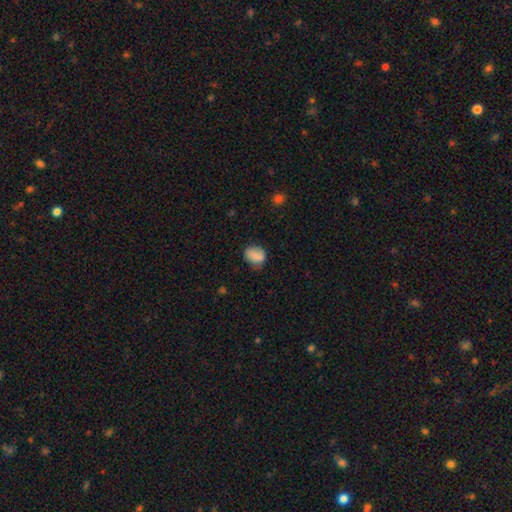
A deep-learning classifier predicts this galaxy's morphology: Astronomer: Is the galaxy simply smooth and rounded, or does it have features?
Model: smooth — 77%.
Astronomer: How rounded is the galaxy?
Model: in between — 57% (runner-up: round, 41%).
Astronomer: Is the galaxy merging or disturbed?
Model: none — 63%.